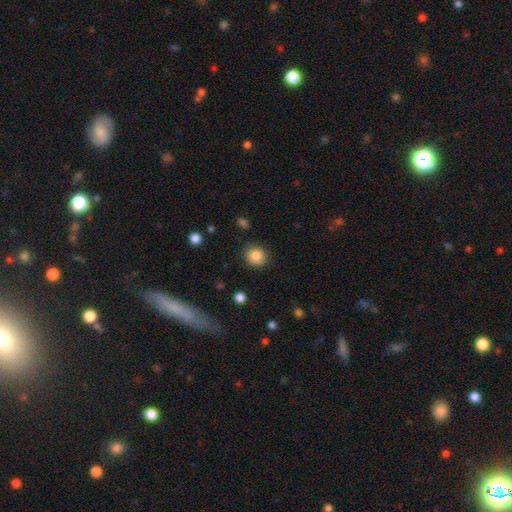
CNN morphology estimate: type=smooth (85%); roundness=round (84%); merging=none (86%).